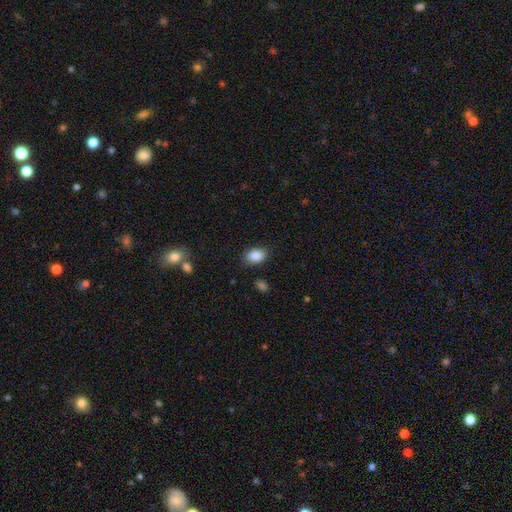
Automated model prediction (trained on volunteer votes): Overall: smooth (88%). How rounded: in between (82%). Merging: none (82%).